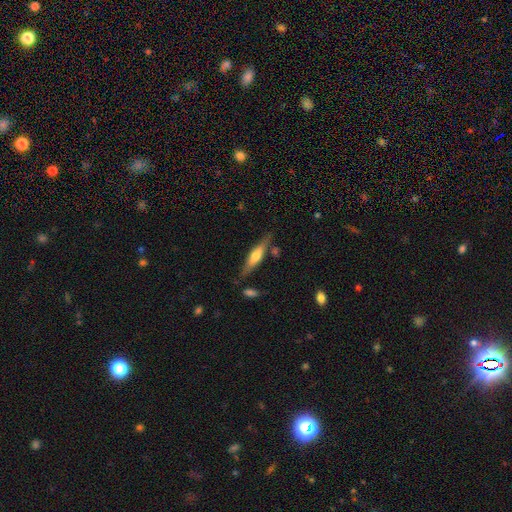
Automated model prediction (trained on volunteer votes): The model was most divided on "smooth or featured": featured or disk: 55%, smooth: 40%, star or artifact: 6%. More confident: edge-on disk — yes (91%); merging — none (76%).